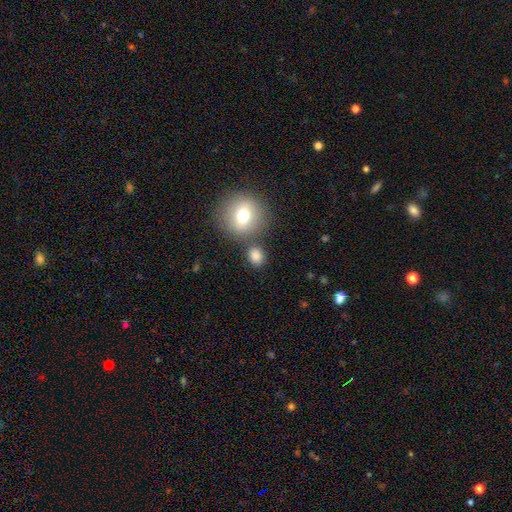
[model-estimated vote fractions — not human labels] Morphology: type=smooth (82%); roundness=round (64%); merging=none (70%).